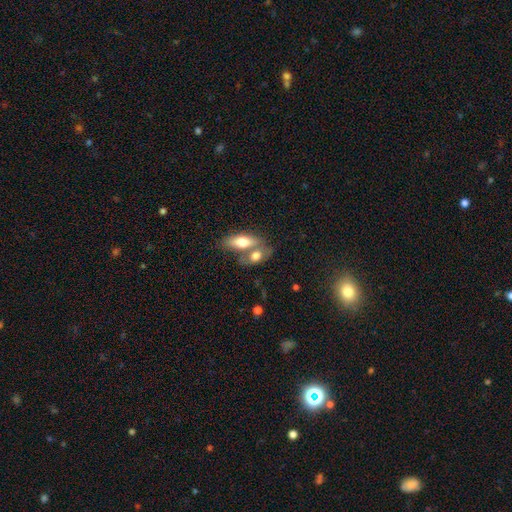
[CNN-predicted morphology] This is likely a smooth galaxy (69%). How rounded: likely in between (78%). Merging: possibly merger (53%).